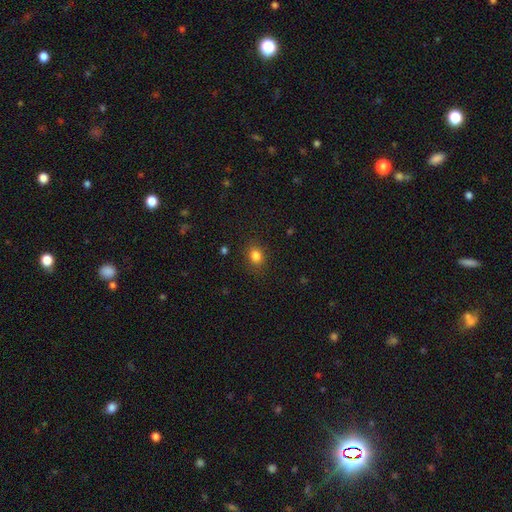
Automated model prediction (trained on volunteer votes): A smooth galaxy with no disk features (83%) that is round (57%).

Vote fractions:
- Smooth or featured? smooth: 83% / star or artifact: 12% / featured or disk: 5%
- How rounded? round: 57% / in between: 42% / cigar-shaped: 1%
- Merging? none: 85% / minor disturbance: 10% / major disturbance: 3% / merger: 1%